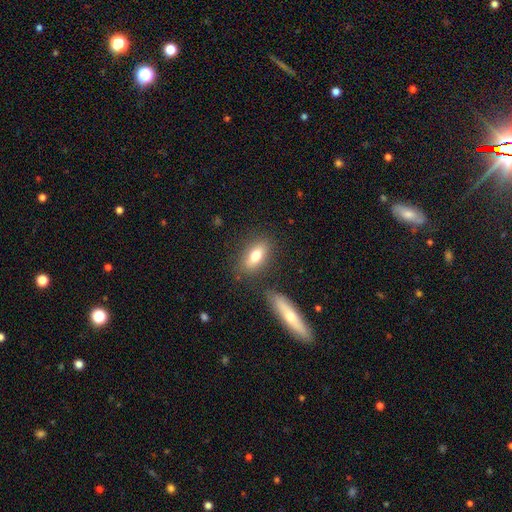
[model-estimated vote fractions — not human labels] The model was most divided on "smooth or featured": smooth: 73%, featured or disk: 19%, star or artifact: 8%. More confident: how rounded — in between (80%); merging — none (77%).